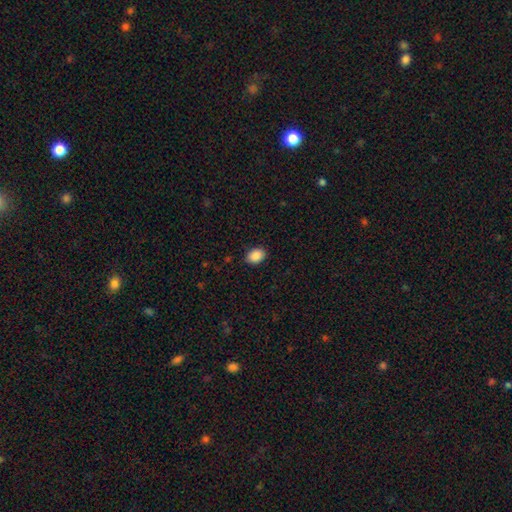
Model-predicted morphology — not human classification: Q: Smooth or featured?
A: smooth (89%); runner-up: star or artifact (8%)
Q: How rounded?
A: in between (76%); runner-up: round (23%)
Q: Merging?
A: none (88%); runner-up: minor disturbance (9%)